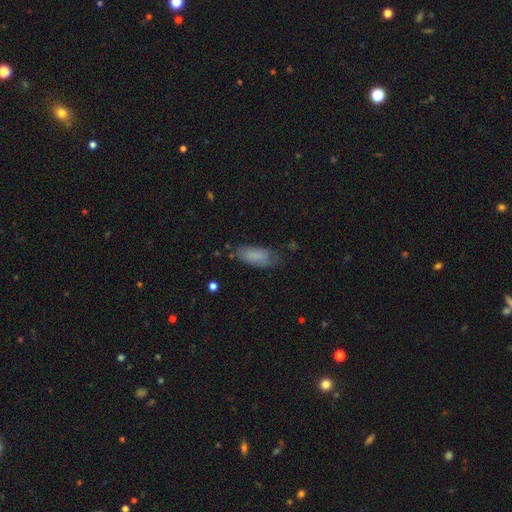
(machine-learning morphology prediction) Smooth or featured? Predicted: smooth (p=0.79). How rounded? Predicted: in between (p=0.79). Merging? Predicted: none (p=0.61).